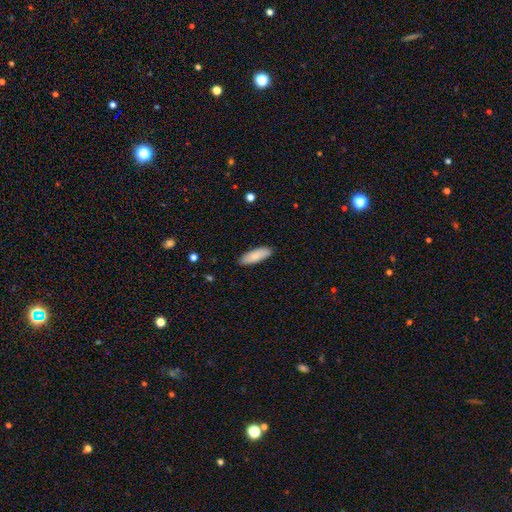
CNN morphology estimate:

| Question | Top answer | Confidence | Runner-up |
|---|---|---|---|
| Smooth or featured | smooth | 86% | featured or disk (9%) |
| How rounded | in between | 60% | cigar-shaped (38%) |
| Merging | none | 88% | minor disturbance (9%) |